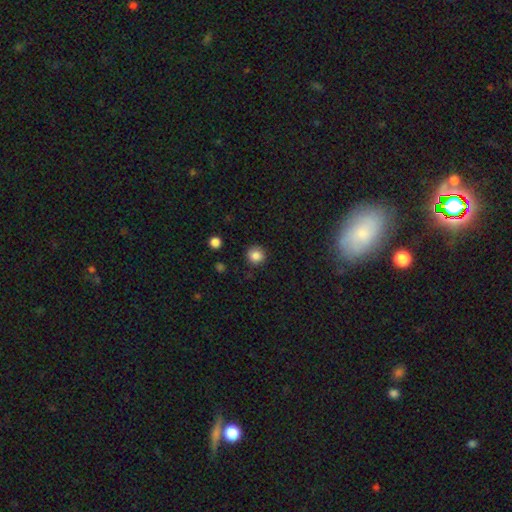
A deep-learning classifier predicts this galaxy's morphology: Smooth or featured? smooth (84%)
How rounded? round (93%)
Merging? none (89%)